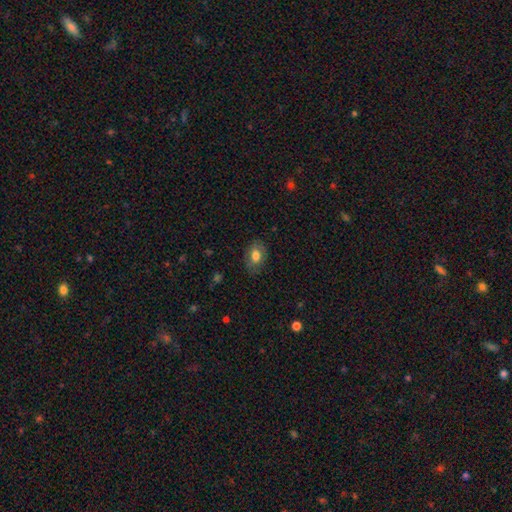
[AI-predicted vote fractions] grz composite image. It shows a smooth galaxy with no disk features (74%) that is in between round and cigar-shaped (83%). Merging: none (80%).